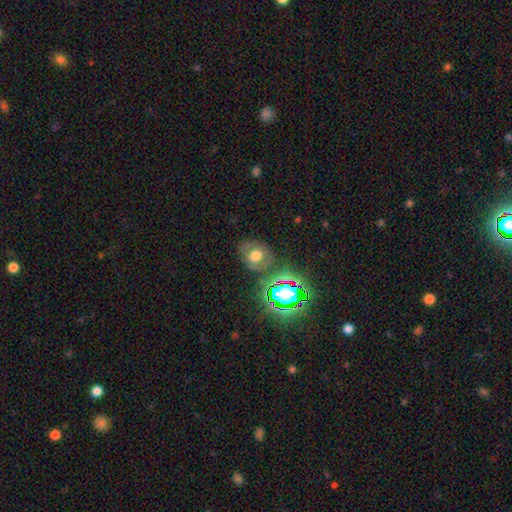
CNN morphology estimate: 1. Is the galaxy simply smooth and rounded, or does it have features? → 51% smooth, 29% featured or disk, 19% star or artifact.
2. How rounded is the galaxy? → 54% round, 45% in between, 1% cigar-shaped.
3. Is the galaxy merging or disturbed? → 74% none, 15% minor disturbance, 7% major disturbance, 4% merger.